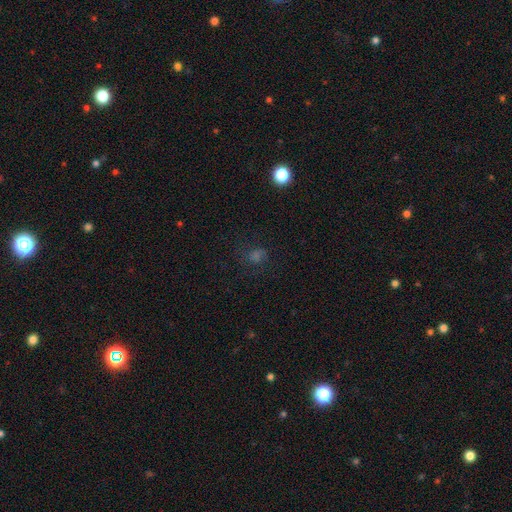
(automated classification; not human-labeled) Smooth or featured? Predicted: smooth (p=0.51). How rounded? Predicted: round (p=0.64). Merging? Predicted: none (p=0.68).